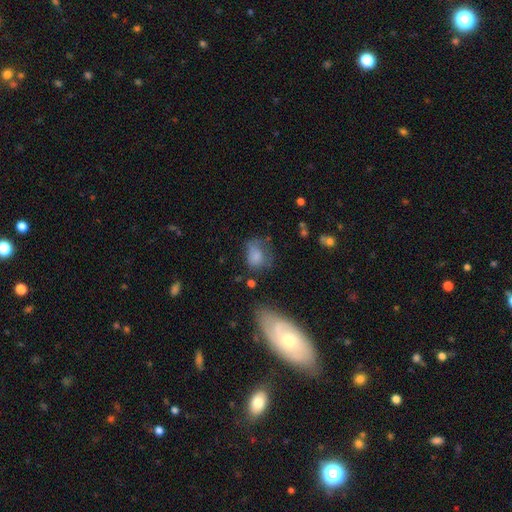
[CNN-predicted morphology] Q: Smooth or featured?
A: smooth (74%); runner-up: featured or disk (15%)
Q: How rounded?
A: in between (63%); runner-up: round (35%)
Q: Merging?
A: none (38%); runner-up: minor disturbance (31%)